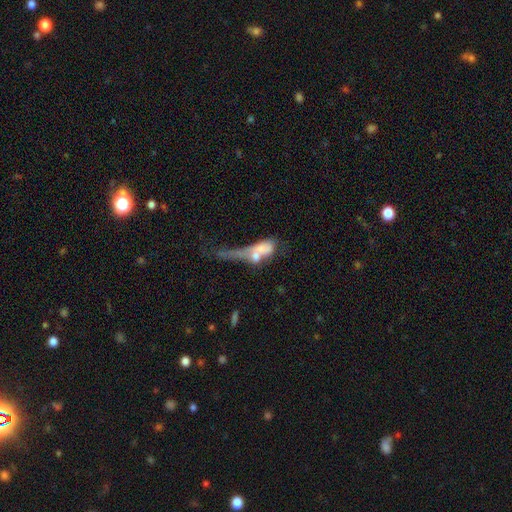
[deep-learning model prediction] A smooth galaxy with no disk features (54%) that is in between round and cigar-shaped (58%). Merging: merger (48%).